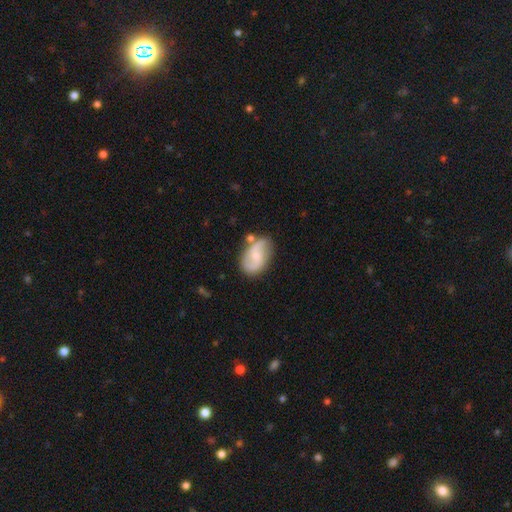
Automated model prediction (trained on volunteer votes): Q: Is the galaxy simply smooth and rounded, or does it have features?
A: featured or disk — 74%.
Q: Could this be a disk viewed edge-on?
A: no — 97%.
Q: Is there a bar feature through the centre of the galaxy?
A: no — 49%.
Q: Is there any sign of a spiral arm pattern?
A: yes — 94%.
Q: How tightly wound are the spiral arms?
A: loose — 55%.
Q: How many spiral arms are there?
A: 2 — 91%.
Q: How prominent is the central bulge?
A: small — 55%.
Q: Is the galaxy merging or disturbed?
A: none — 70%.